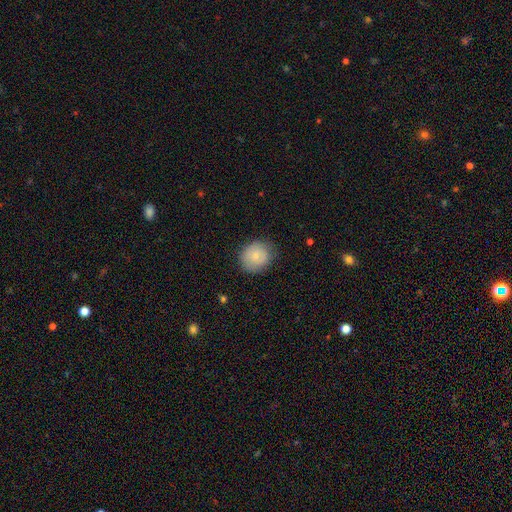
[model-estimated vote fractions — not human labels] Smooth or featured?
  - smooth: 78% *
  - featured or disk: 15%
  - star or artifact: 7%
How rounded?
  - round: 81% *
  - in between: 18%
  - cigar-shaped: 1%
Merging?
  - none: 77% *
  - minor disturbance: 18%
  - major disturbance: 4%
  - merger: 1%